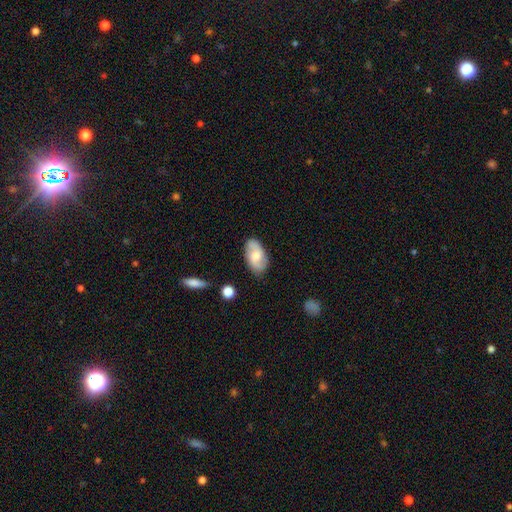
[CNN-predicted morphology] smooth-or-featured: smooth: 48% | featured or disk: 45% | star or artifact: 7%
  merging: none: 80% | minor disturbance: 15% | major disturbance: 3% | merger: 2%